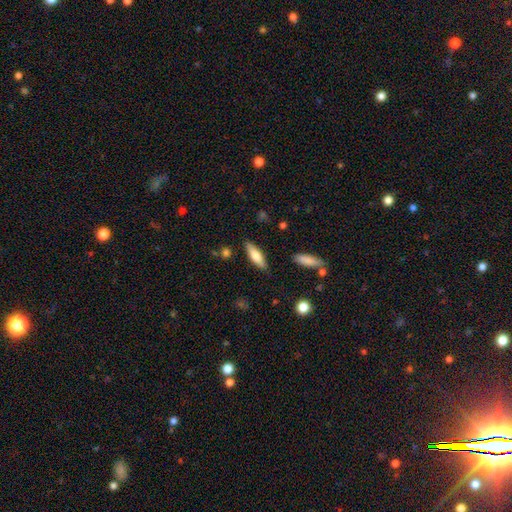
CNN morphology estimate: smooth-or-featured: smooth: 67% | featured or disk: 27% | star or artifact: 6%
  how-rounded: cigar-shaped: 56% | in between: 42% | round: 2%
  merging: none: 86% | minor disturbance: 10% | major disturbance: 2% | merger: 2%